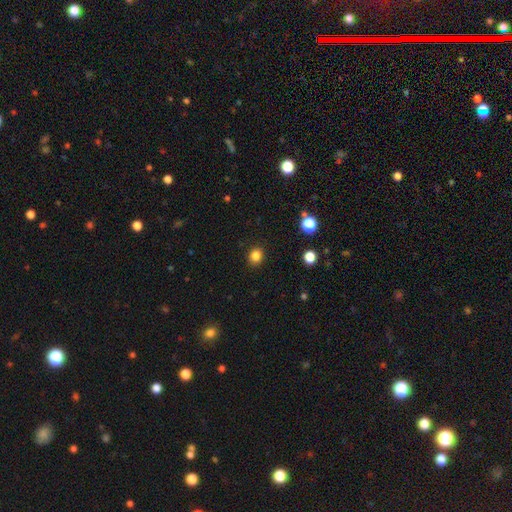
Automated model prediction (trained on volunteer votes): smooth 84%, star or artifact 12%, featured or disk 4%. Down the decision tree: how rounded — round (77%); merging — none (91%).